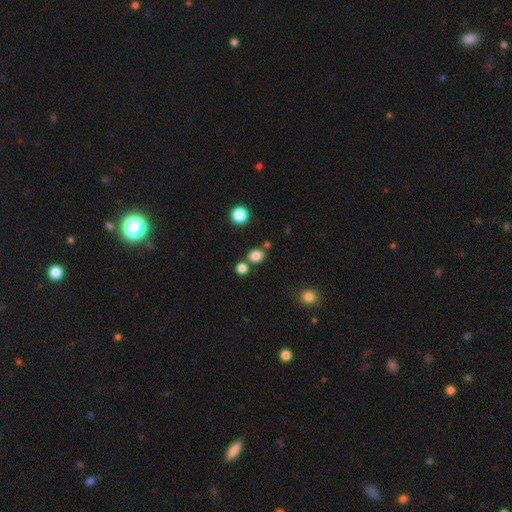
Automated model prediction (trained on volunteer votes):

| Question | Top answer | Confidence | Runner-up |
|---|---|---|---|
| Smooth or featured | smooth | 82% | star or artifact (13%) |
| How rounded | round | 58% | in between (41%) |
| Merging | none | 71% | merger (16%) |